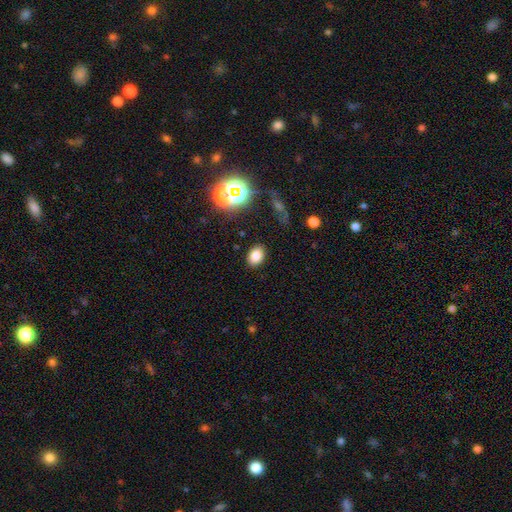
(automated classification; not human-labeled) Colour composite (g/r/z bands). It shows a smooth galaxy with no disk features (78%) that is in between round and cigar-shaped (77%). Merging: none (87%).